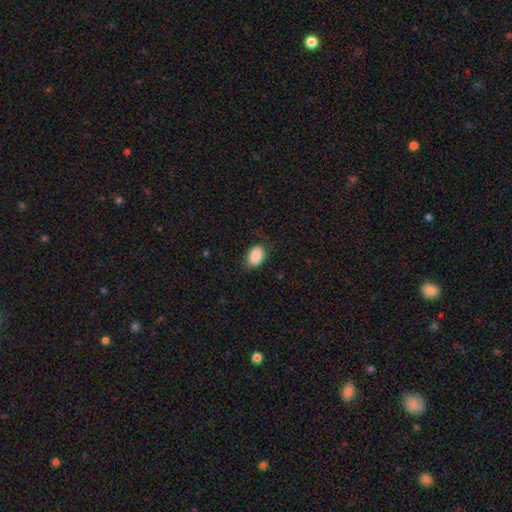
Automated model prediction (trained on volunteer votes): This is clearly a smooth galaxy (87%). How rounded: clearly in between (83%). Merging: likely none (79%).